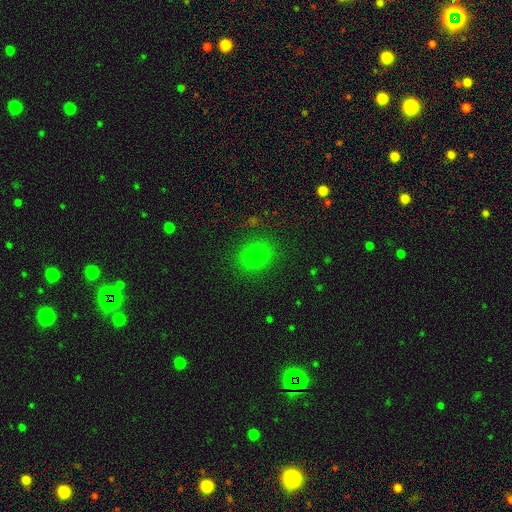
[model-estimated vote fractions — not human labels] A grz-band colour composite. It shows a smooth galaxy with no disk features (74%) that is round (75%). Merging: none (88%).